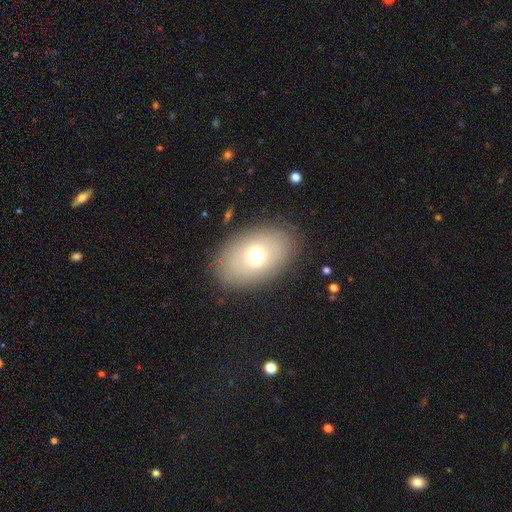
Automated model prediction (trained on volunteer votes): This appears to be a smooth galaxy with no disk features (67%) that is in between round and cigar-shaped (80%). Merging: none (86%).